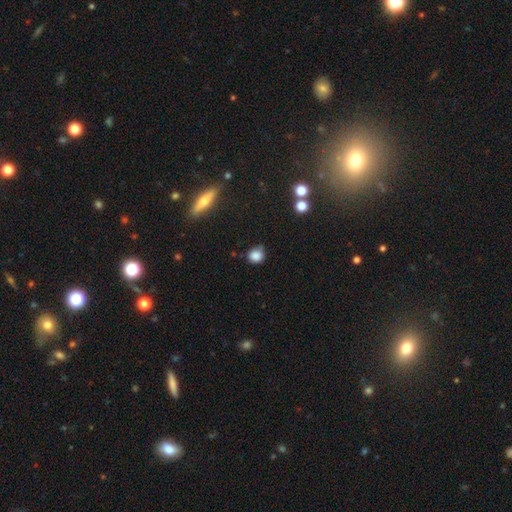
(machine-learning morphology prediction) The model was most divided on "merging": none: 61%, minor disturbance: 29%, major disturbance: 6%, merger: 4%. More confident: smooth or featured — smooth (83%); how rounded — round (77%).